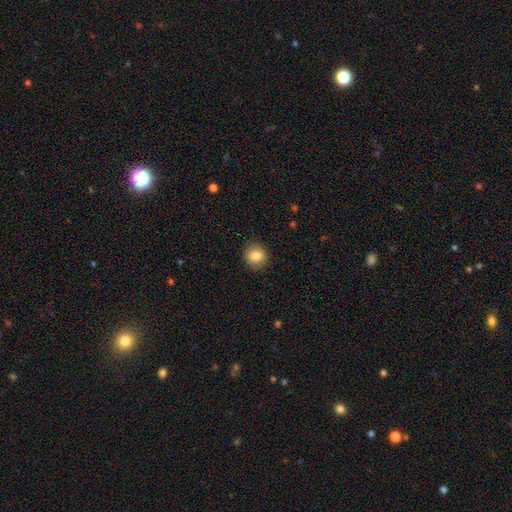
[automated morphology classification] Smooth or featured? smooth (83%)
How rounded? round (82%)
Merging? none (88%)